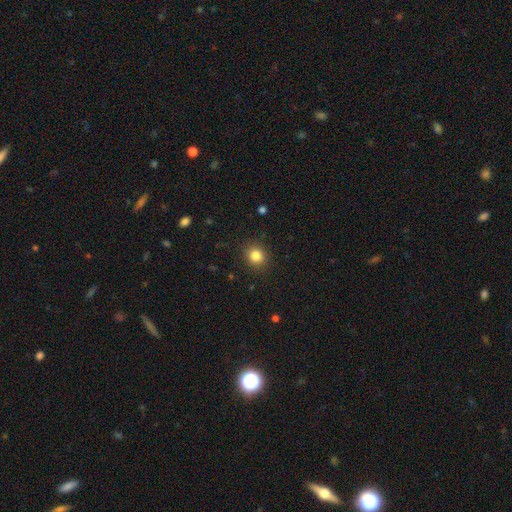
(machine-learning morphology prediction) smooth_or_featured: smooth (p=0.84) [alt: star or artifact p=0.11]
how_rounded: round (p=0.79) [alt: in between p=0.20]
merging: none (p=0.89) [alt: minor disturbance p=0.08]